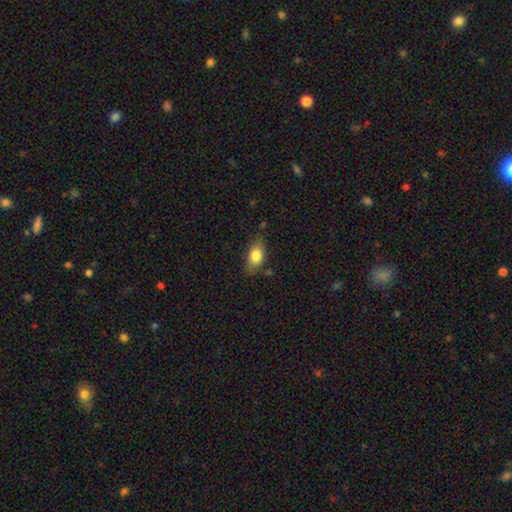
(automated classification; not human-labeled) smooth-or-featured: smooth: 77% | featured or disk: 15% | star or artifact: 8%
  how-rounded: in between: 82% | round: 11% | cigar-shaped: 7%
  merging: none: 73% | minor disturbance: 20% | major disturbance: 4% | merger: 2%